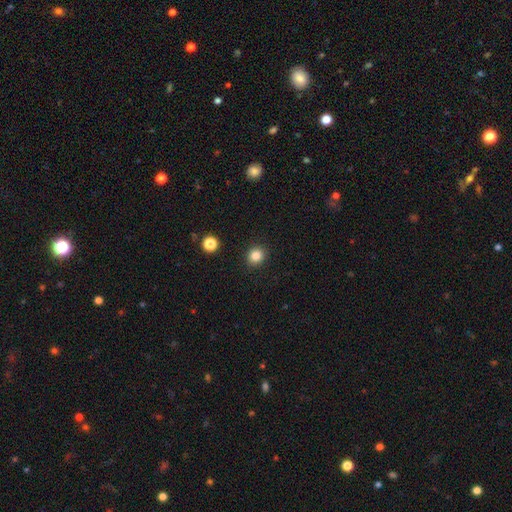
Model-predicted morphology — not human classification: smooth-or-featured: smooth: 84% | star or artifact: 12% | featured or disk: 5%
  how-rounded: round: 79% | in between: 20% | cigar-shaped: 1%
  merging: none: 91% | minor disturbance: 6% | major disturbance: 2% | merger: 1%